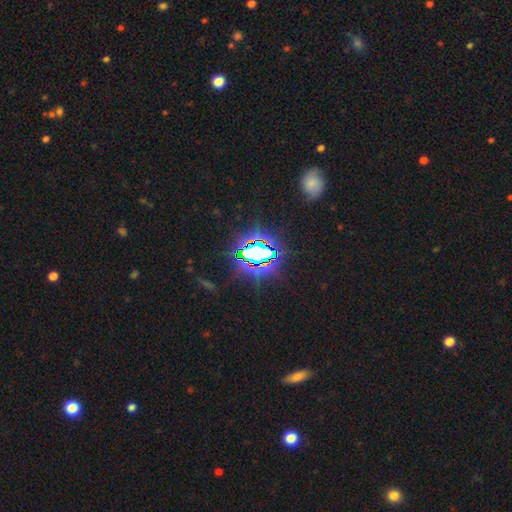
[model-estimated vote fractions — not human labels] This appears to be a star or artifact, not a galaxy (76%).